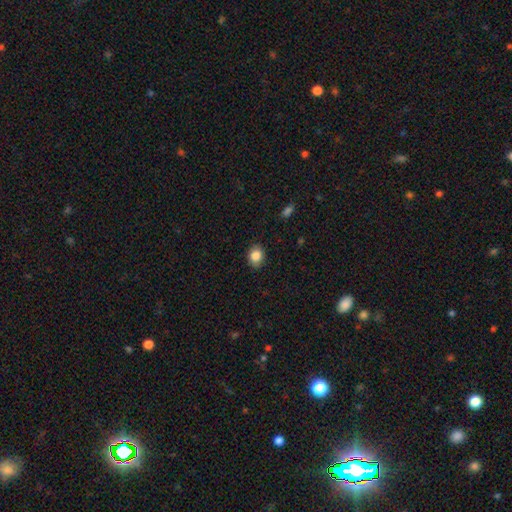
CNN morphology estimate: smooth 86%, star or artifact 9%, featured or disk 5%. Down the decision tree: how rounded — round (53%); merging — none (87%).